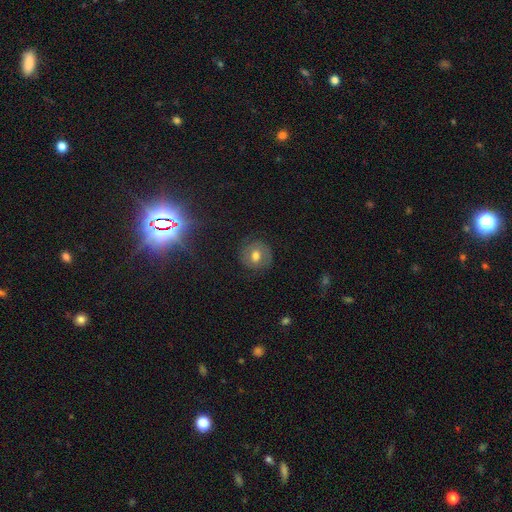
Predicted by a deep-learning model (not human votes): A smooth galaxy with no disk features (55%) that is round (84%).

Vote fractions:
- Smooth or featured? smooth: 55% / featured or disk: 32% / star or artifact: 12%
- How rounded? round: 84% / in between: 15% / cigar-shaped: 1%
- Merging? none: 82% / minor disturbance: 12% / major disturbance: 5% / merger: 1%